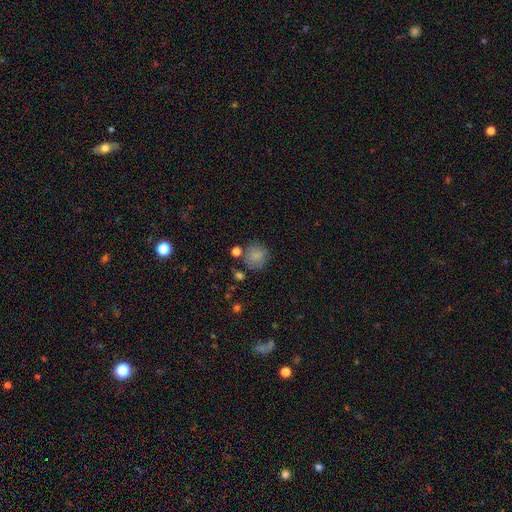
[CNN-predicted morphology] A smooth galaxy with no disk features (81%) that is round (88%).

Vote fractions:
- Smooth or featured? smooth: 81% / star or artifact: 11% / featured or disk: 8%
- How rounded? round: 88% / in between: 11% / cigar-shaped: 1%
- Merging? none: 73% / minor disturbance: 14% / merger: 8% / major disturbance: 5%